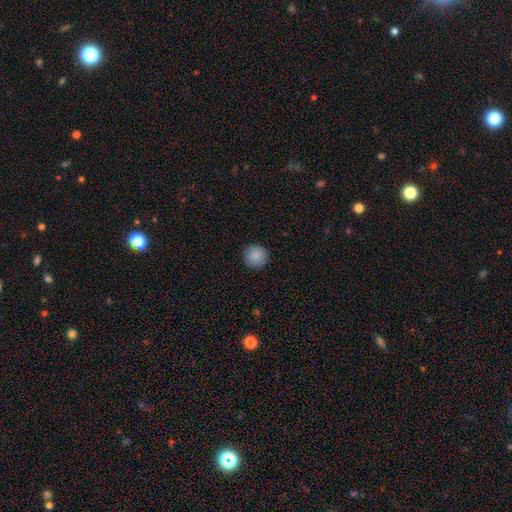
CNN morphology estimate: smooth 89%, star or artifact 8%, featured or disk 3%. Down the decision tree: how rounded — round (95%); merging — none (91%).